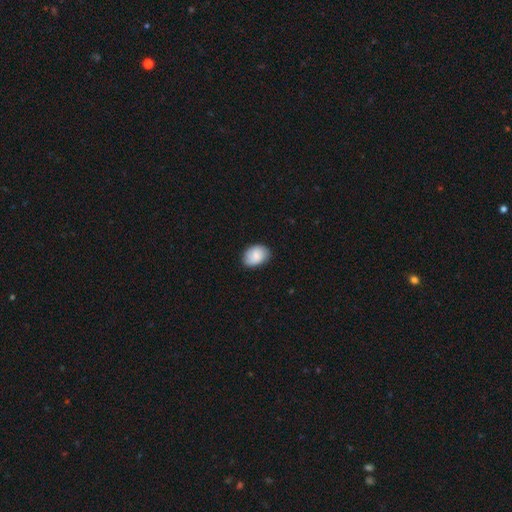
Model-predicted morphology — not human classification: A smooth galaxy with no disk features (82%) that is in between round and cigar-shaped (76%). Merging: none (80%).